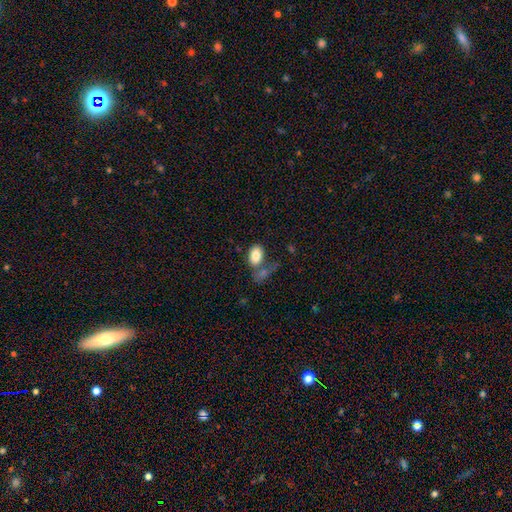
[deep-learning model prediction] This is clearly a smooth galaxy (82%). How rounded: clearly in between (88%). Merging: possibly none (47%).